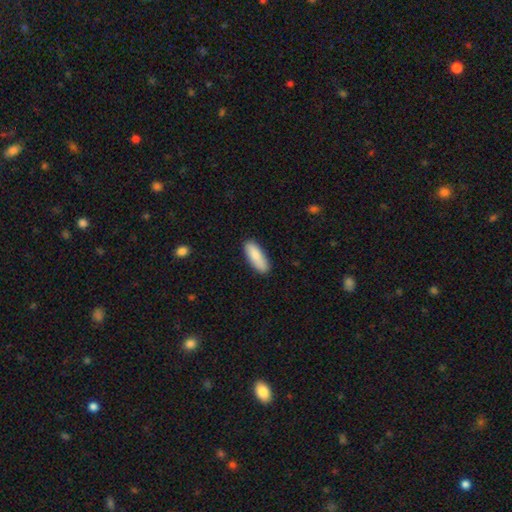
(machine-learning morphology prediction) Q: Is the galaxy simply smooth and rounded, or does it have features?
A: smooth — 87%.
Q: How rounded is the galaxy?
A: in between — 60%.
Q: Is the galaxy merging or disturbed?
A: none — 86%.